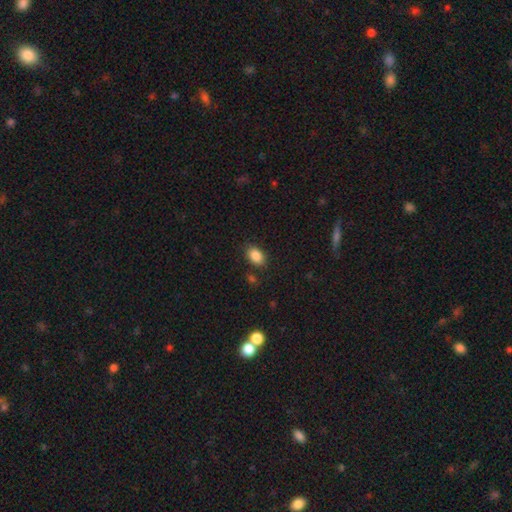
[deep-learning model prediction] The model was most divided on "how rounded": in between: 82%, round: 17%, cigar-shaped: 1%. More confident: smooth or featured — smooth (86%); merging — none (84%).